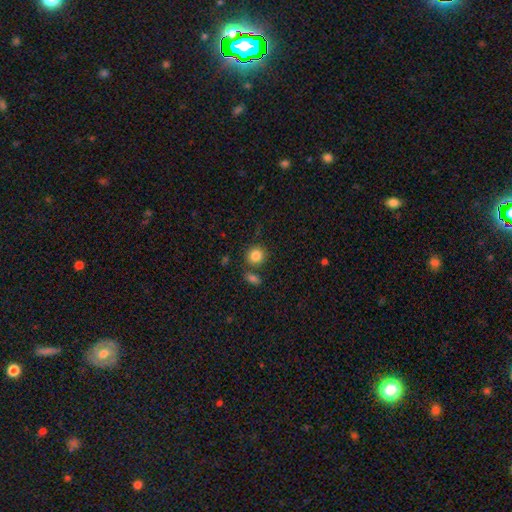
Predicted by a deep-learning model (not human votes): Smooth or featured? smooth (85%)
How rounded? round (85%)
Merging? none (74%)